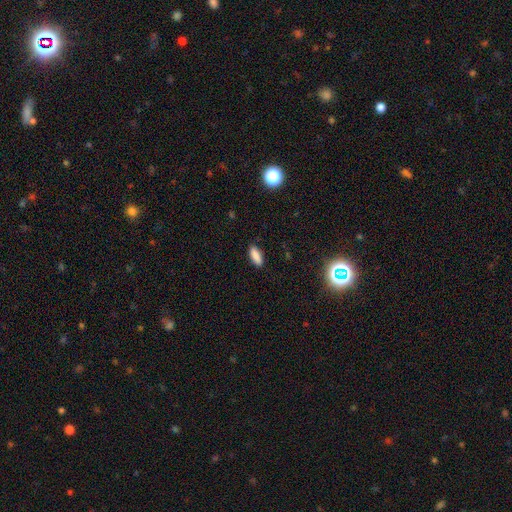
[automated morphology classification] This appears to be a smooth galaxy with no disk features (86%) that is in between round and cigar-shaped (72%). Merging: none (87%).